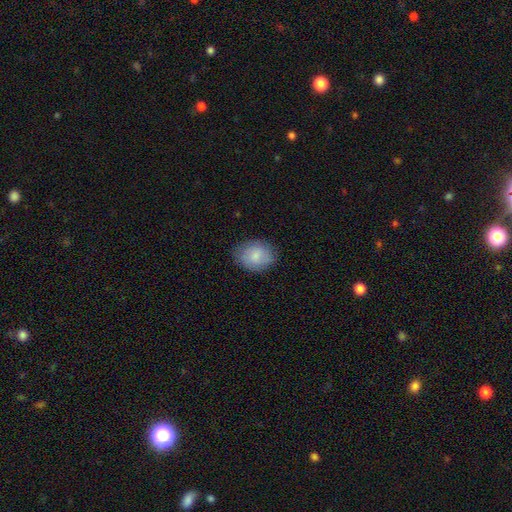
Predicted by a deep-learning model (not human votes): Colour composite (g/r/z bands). It shows a smooth galaxy with no disk features (79%) that is in between round and cigar-shaped (52%). Merging: none (78%).